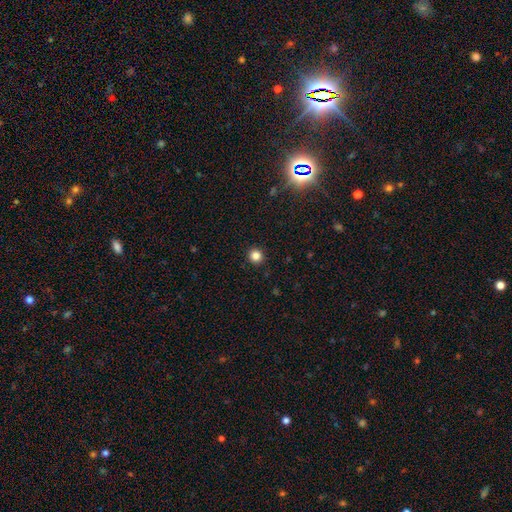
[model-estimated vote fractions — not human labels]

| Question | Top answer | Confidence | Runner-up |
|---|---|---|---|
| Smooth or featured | smooth | 83% | star or artifact (13%) |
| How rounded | round | 93% | in between (6%) |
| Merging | none | 93% | minor disturbance (4%) |